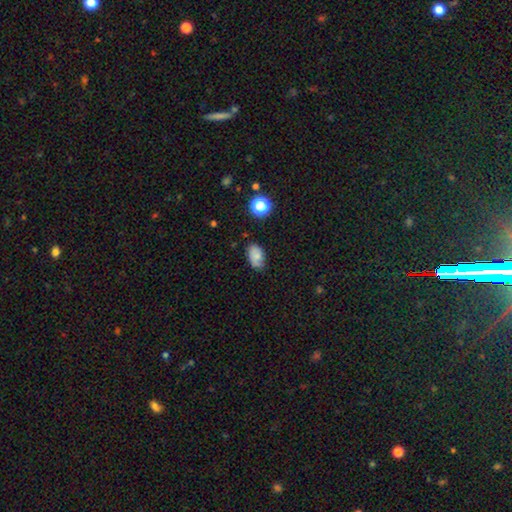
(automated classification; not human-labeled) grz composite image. It shows a smooth galaxy with no disk features (68%) that is in between round and cigar-shaped (88%). Merging: none (68%).